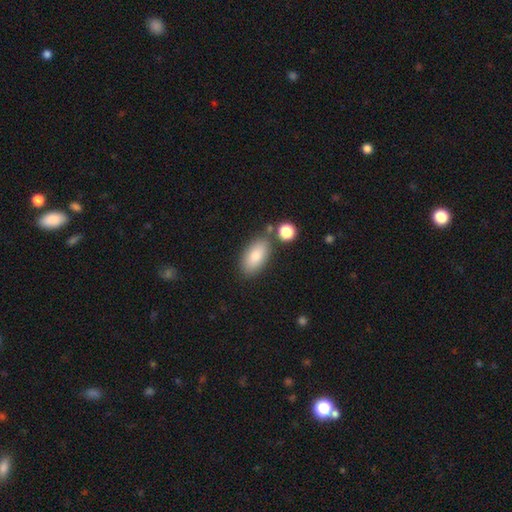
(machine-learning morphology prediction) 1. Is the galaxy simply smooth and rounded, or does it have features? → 83% smooth, 10% featured or disk, 7% star or artifact.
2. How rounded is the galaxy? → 92% in between, 4% cigar-shaped, 4% round.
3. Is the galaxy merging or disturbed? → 75% none, 13% minor disturbance, 9% merger, 4% major disturbance.